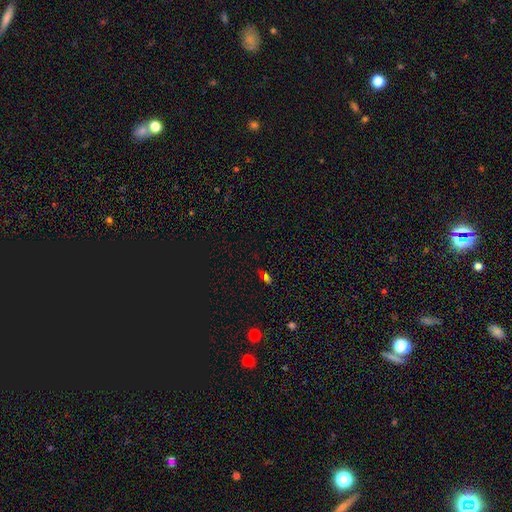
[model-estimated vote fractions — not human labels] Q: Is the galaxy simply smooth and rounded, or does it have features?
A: star or artifact — 45%.